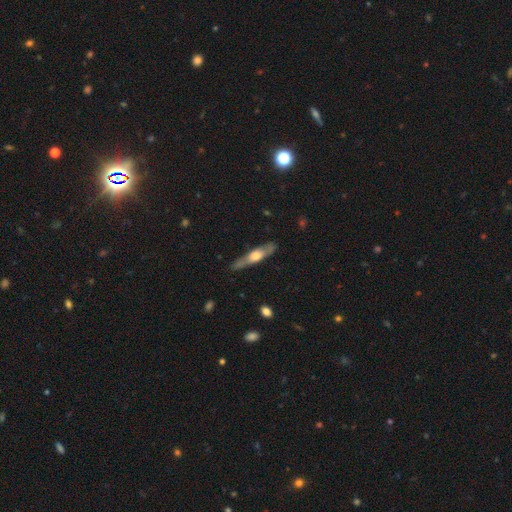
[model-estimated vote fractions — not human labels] smooth-or-featured: featured or disk: 57% | smooth: 38% | star or artifact: 5%
  disk-edge-on: yes: 84% | no: 16%
  merging: none: 80% | minor disturbance: 15% | major disturbance: 3% | merger: 2%